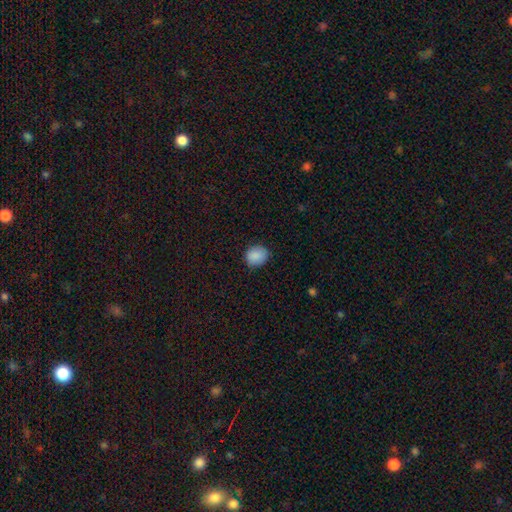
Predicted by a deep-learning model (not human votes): Morphology: type=smooth (88%); roundness=round (67%); merging=none (81%).